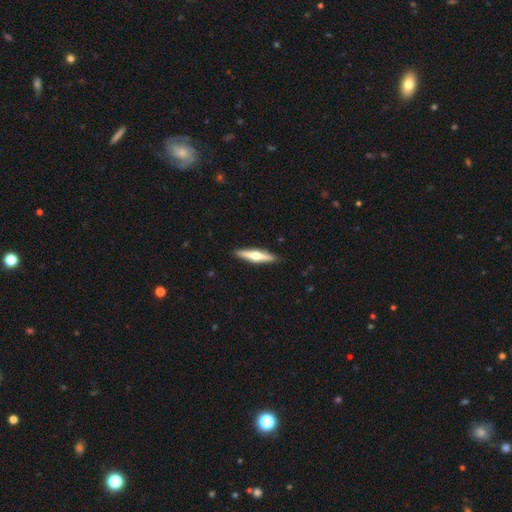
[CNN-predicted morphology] A featured or disk galaxy (64%) viewed edge-on (97%) with a rounded central bulge (94%).

Vote fractions:
- Smooth or featured? featured or disk: 64% / smooth: 31% / star or artifact: 5%
- Edge-on disk? yes: 97% / no: 3%
- Edge-on bulge? rounded: 94% / none: 3% / boxy: 3%
- Merging? none: 91% / minor disturbance: 6% / major disturbance: 1% / merger: 1%